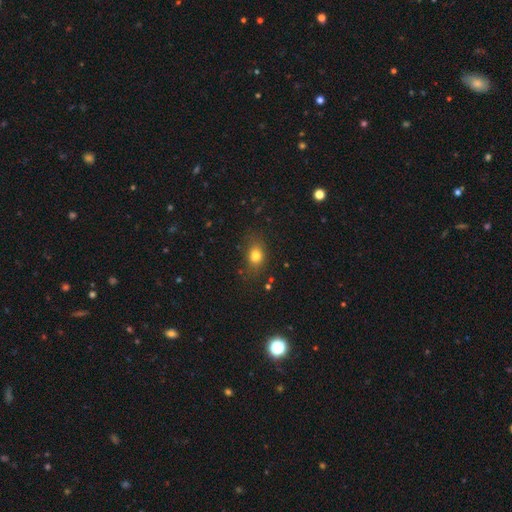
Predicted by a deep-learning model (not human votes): A smooth galaxy with no disk features (79%) that is in between round and cigar-shaped (64%). Merging: none (75%).